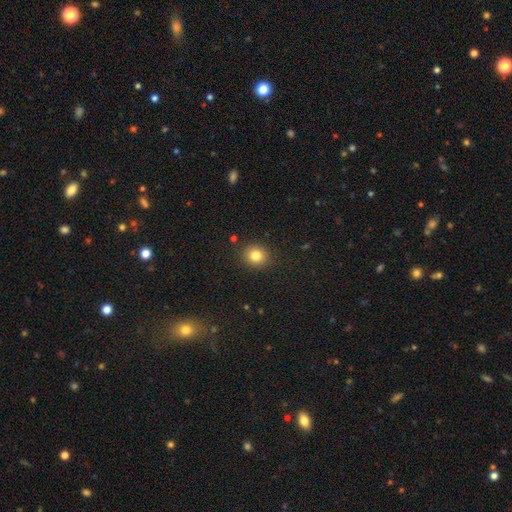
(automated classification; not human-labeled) smooth-or-featured: smooth: 81% | star or artifact: 12% | featured or disk: 7%
  how-rounded: round: 82% | in between: 18% | cigar-shaped: 1%
  merging: none: 89% | minor disturbance: 7% | major disturbance: 2% | merger: 1%